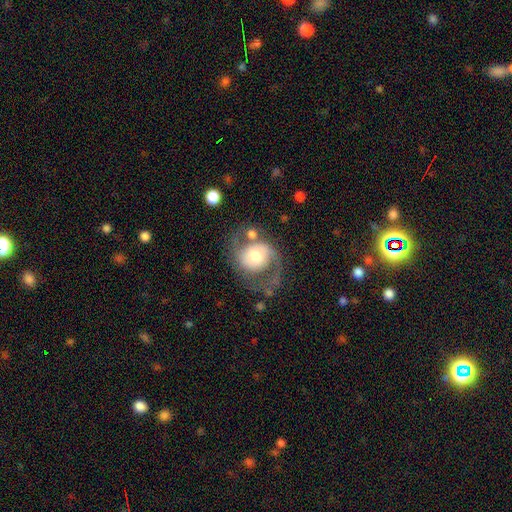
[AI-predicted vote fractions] A featured or disk galaxy (73%) with no bar (64%), 2 (83%) medium (49%) spiral arms (89%) and a moderate central bulge (56%). Merging: none (52%).